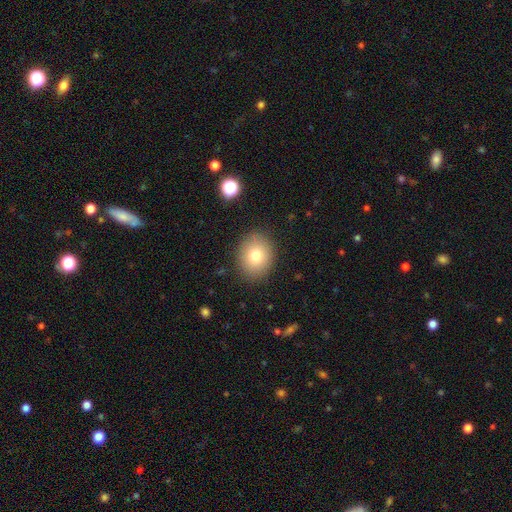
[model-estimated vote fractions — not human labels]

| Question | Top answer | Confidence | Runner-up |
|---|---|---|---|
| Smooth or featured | smooth | 78% | featured or disk (11%) |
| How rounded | round | 58% | in between (41%) |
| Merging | none | 88% | minor disturbance (9%) |